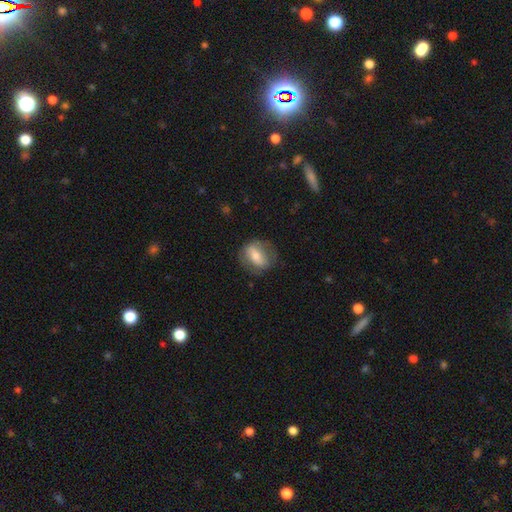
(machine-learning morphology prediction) Q: Smooth or featured?
A: smooth (54%); runner-up: featured or disk (38%)
Q: How rounded?
A: in between (56%); runner-up: round (41%)
Q: Merging?
A: none (72%); runner-up: minor disturbance (18%)